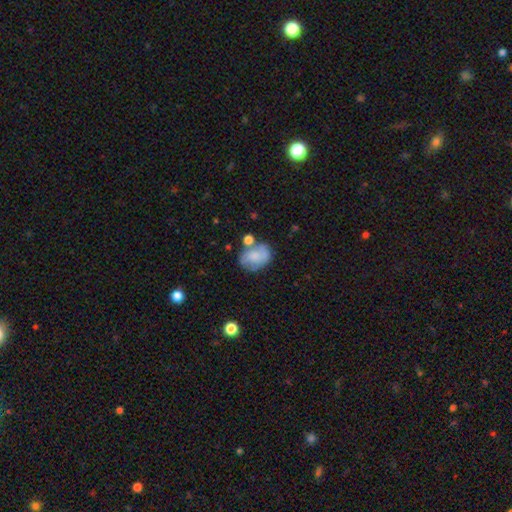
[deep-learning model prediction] Smooth or featured? smooth (60%)
How rounded? in between (70%)
Merging? none (48%)